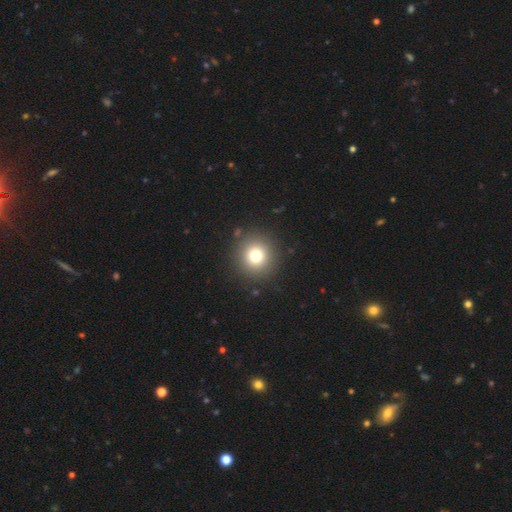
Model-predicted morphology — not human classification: This is likely a smooth galaxy (77%). How rounded: clearly round (93%). Merging: clearly none (90%).